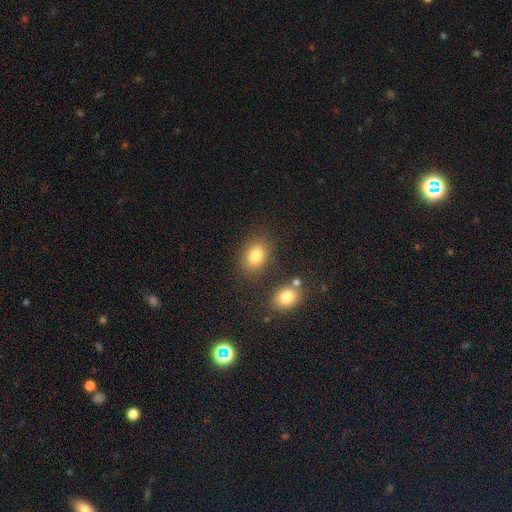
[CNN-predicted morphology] The model was most divided on "how rounded": in between: 65%, round: 33%, cigar-shaped: 1%. More confident: smooth or featured — smooth (80%); merging — none (79%).